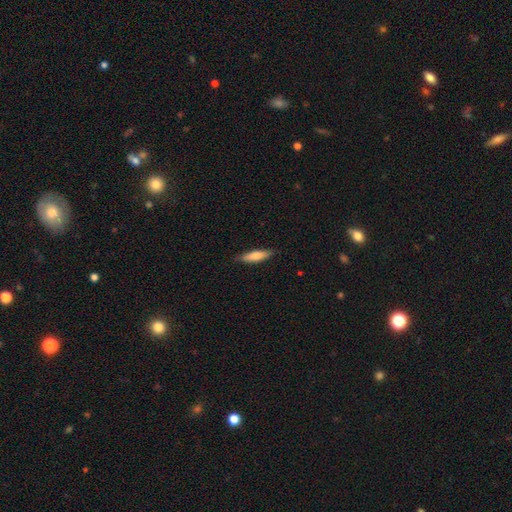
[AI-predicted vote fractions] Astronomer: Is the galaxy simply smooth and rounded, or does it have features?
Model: smooth — 70%.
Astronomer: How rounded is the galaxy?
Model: cigar-shaped — 70%.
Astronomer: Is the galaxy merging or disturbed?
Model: none — 85%.